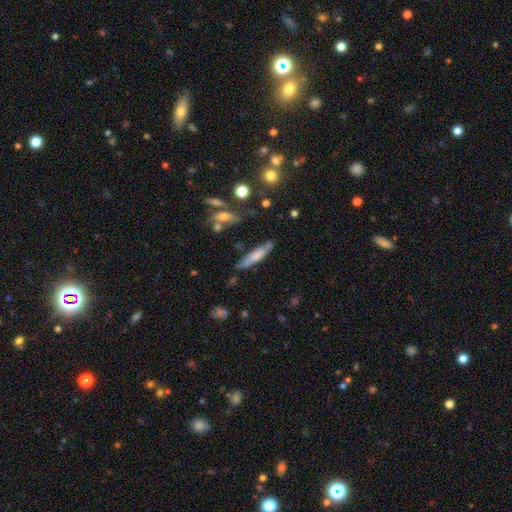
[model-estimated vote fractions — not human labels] Smooth or featured?
  - smooth: 64% *
  - featured or disk: 29%
  - star or artifact: 7%
How rounded?
  - cigar-shaped: 79% *
  - in between: 19%
  - round: 2%
Merging?
  - none: 75% *
  - minor disturbance: 17%
  - major disturbance: 4%
  - merger: 4%